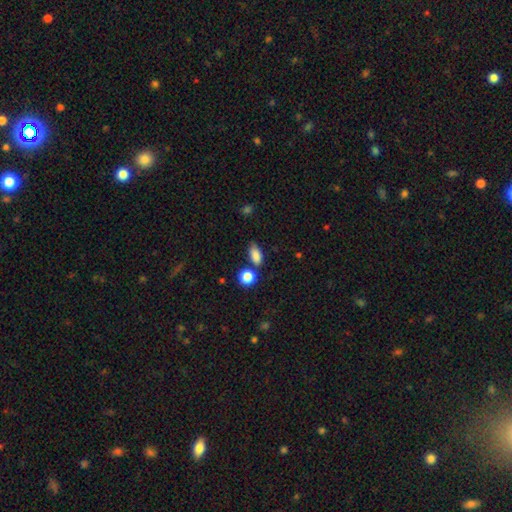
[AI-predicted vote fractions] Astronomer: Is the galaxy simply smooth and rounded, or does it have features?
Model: smooth — 85%.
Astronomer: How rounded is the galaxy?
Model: in between — 84%.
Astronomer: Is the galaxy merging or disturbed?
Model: none — 68%.